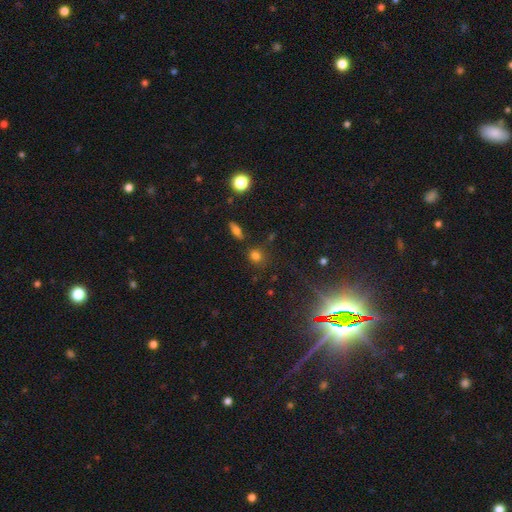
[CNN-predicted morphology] Smooth or featured: smooth — 75% (star or artifact — 17%)
How rounded: round — 71% (in between — 27%)
Merging: none — 77% (minor disturbance — 13%)